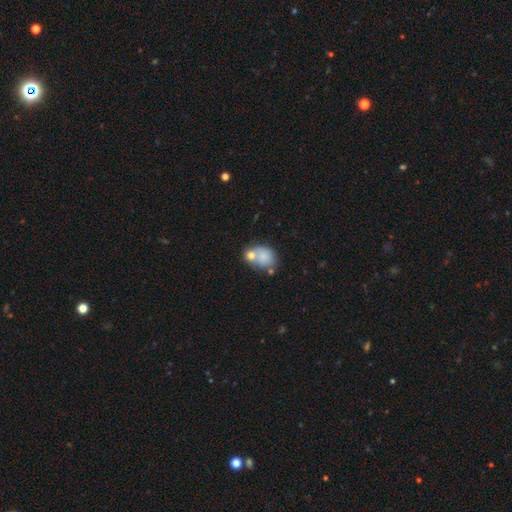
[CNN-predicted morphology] The model was most divided on "merging": merger: 40%, none: 39%, minor disturbance: 15%, major disturbance: 7%. More confident: smooth or featured — smooth (74%); how rounded — in between (52%).